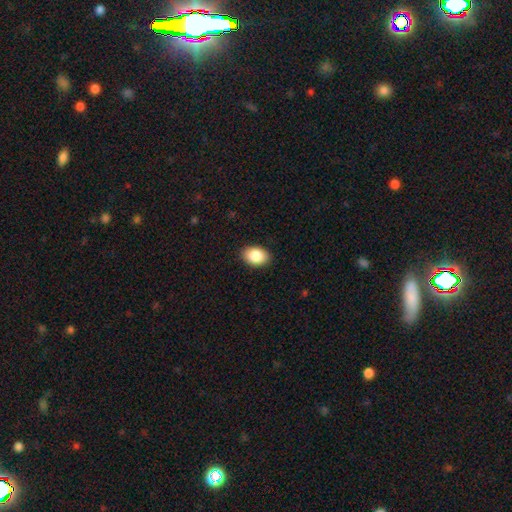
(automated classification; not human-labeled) Smooth or featured? Predicted: smooth (p=0.88). How rounded? Predicted: in between (p=0.83). Merging? Predicted: none (p=0.89).